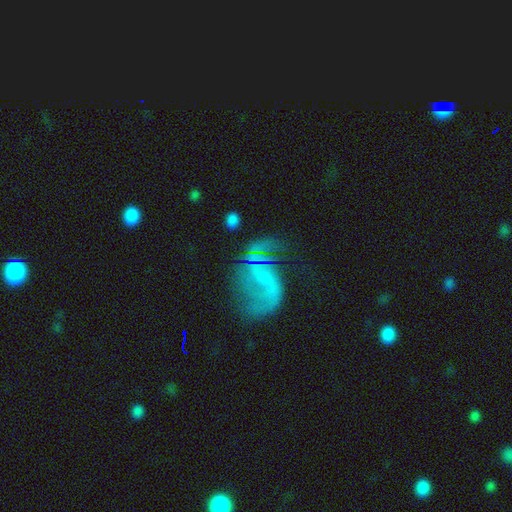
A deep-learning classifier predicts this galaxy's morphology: featured or disk 71%, smooth 18%, star or artifact 11%. Down the decision tree: edge-on disk — no (97%); bar — no (47%); spiral arms — yes (84%); spiral arm count — 2 (67%); spiral winding — loose (44%); bulge size — small (39%); merging — none (44%).